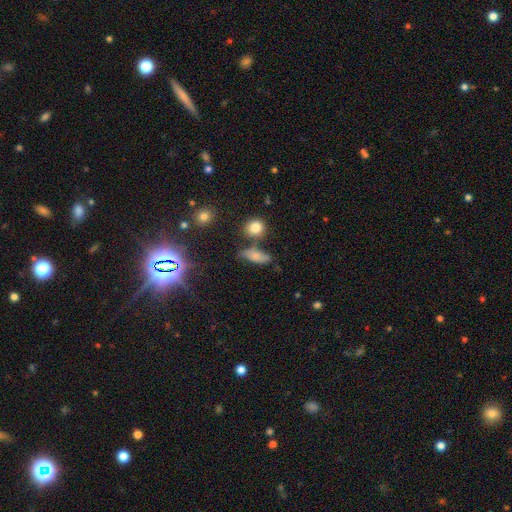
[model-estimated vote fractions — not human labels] Smooth or featured?
  - smooth: 69% *
  - featured or disk: 18%
  - star or artifact: 13%
How rounded?
  - in between: 63% *
  - cigar-shaped: 28%
  - round: 9%
Merging?
  - none: 57% *
  - minor disturbance: 20%
  - merger: 15%
  - major disturbance: 8%